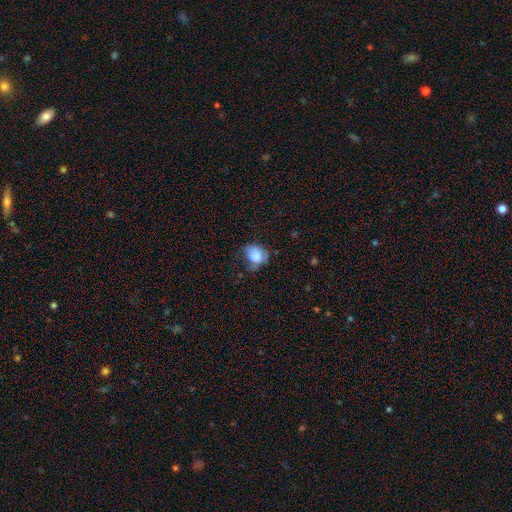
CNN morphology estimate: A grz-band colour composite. It shows a smooth galaxy with no disk features (79%) that is in between round and cigar-shaped (59%). Merging: minor disturbance (38%).